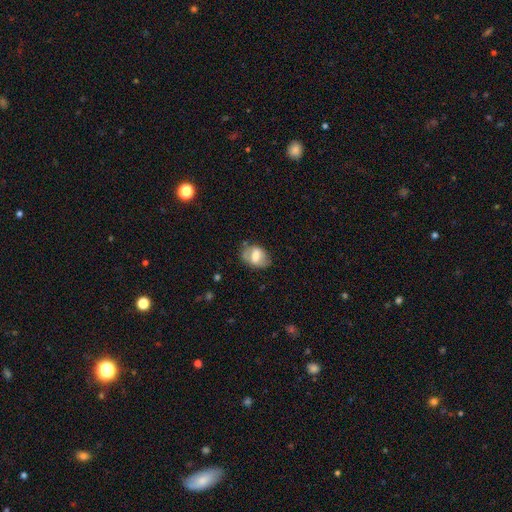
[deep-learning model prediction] This appears to be a smooth galaxy with no disk features (57%) that is in between round and cigar-shaped (78%). Merging: none (62%).